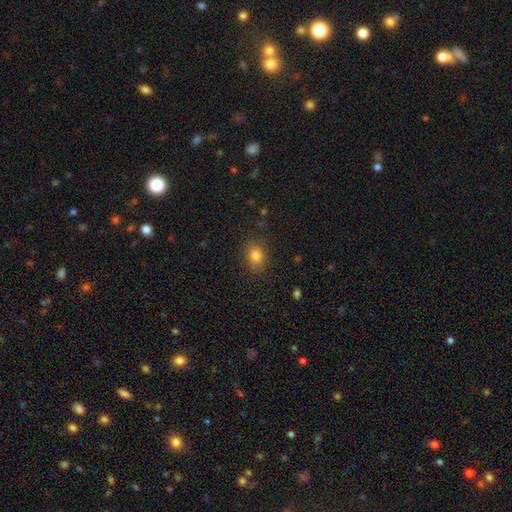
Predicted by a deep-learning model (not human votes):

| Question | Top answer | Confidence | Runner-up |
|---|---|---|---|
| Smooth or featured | smooth | 82% | star or artifact (11%) |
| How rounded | round | 54% | in between (45%) |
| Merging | none | 85% | minor disturbance (10%) |